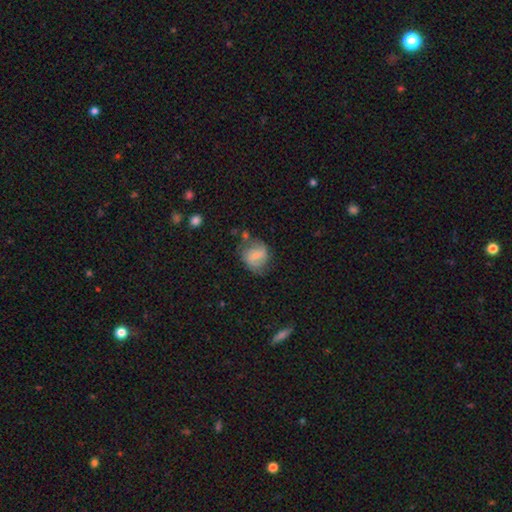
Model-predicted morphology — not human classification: Smooth or featured?
  - smooth: 56% *
  - featured or disk: 36%
  - star or artifact: 8%
How rounded?
  - round: 70% *
  - in between: 28%
  - cigar-shaped: 1%
Merging?
  - none: 58% *
  - minor disturbance: 26%
  - major disturbance: 11%
  - merger: 5%